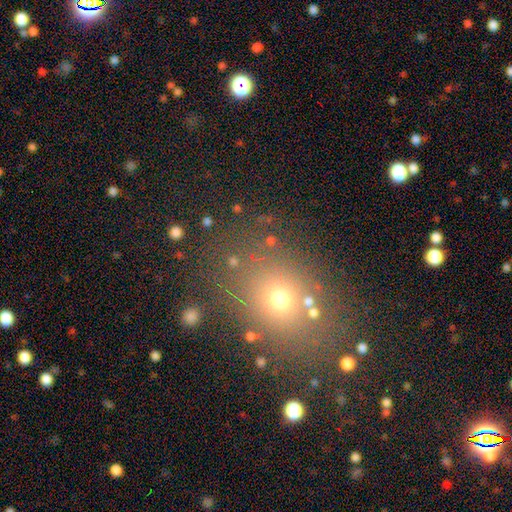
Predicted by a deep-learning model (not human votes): This appears to be a smooth galaxy with no disk features (58%) that is round (52%). Merging: none (80%).